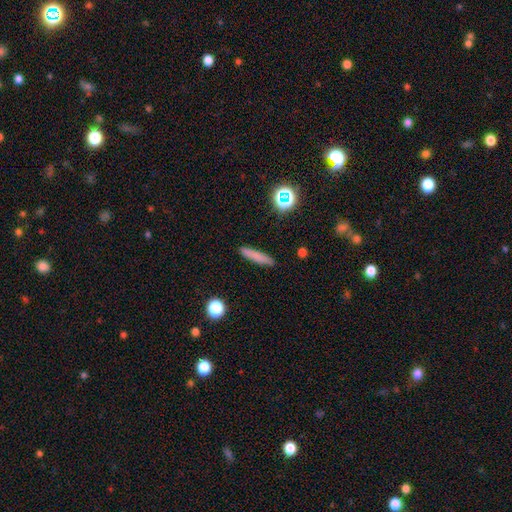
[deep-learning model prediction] Q: Smooth or featured?
A: smooth (78%); runner-up: featured or disk (12%)
Q: How rounded?
A: cigar-shaped (88%); runner-up: in between (9%)
Q: Merging?
A: none (88%); runner-up: minor disturbance (8%)